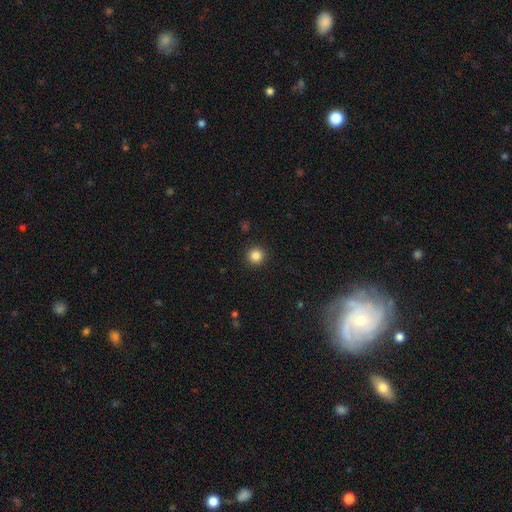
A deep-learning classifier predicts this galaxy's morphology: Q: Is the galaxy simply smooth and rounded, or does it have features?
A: smooth — 85%.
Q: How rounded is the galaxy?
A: round — 94%.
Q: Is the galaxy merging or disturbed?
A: none — 92%.